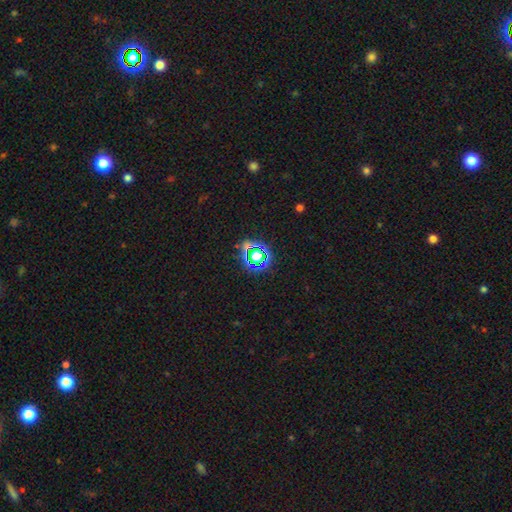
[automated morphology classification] Smooth or featured?
  - star or artifact: 54% *
  - smooth: 35%
  - featured or disk: 11%